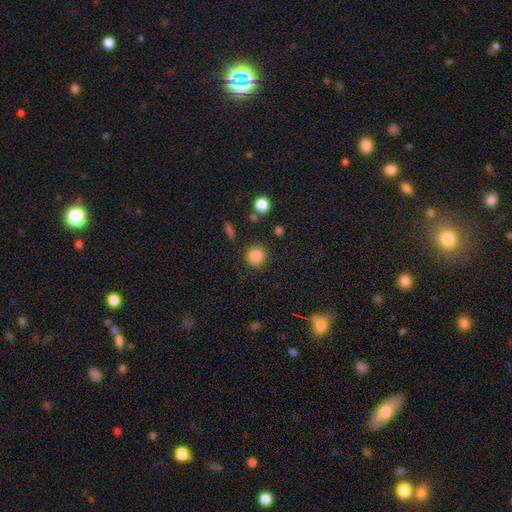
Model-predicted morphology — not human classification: Q: Smooth or featured?
A: smooth (85%); runner-up: star or artifact (10%)
Q: How rounded?
A: round (93%); runner-up: in between (6%)
Q: Merging?
A: none (88%); runner-up: minor disturbance (7%)